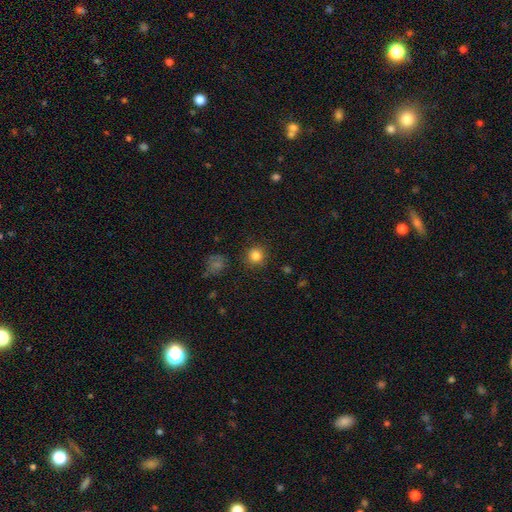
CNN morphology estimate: The model was most divided on "smooth or featured": smooth: 83%, star or artifact: 12%, featured or disk: 5%. More confident: how rounded — round (93%); merging — none (88%).